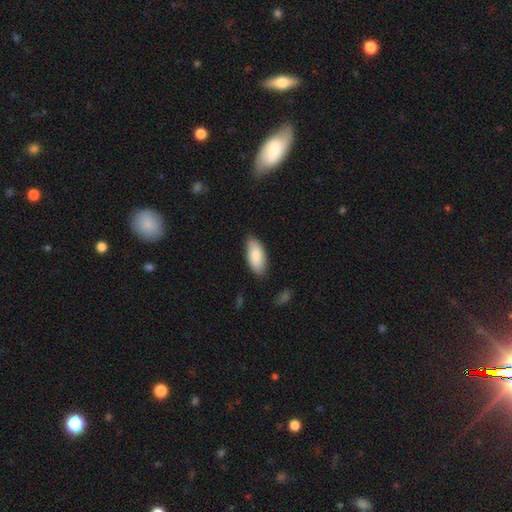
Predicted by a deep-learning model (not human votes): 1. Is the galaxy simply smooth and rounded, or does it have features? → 86% smooth, 9% featured or disk, 6% star or artifact.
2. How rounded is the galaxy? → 89% in between, 9% cigar-shaped, 2% round.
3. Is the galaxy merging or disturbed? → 83% none, 13% minor disturbance, 2% major disturbance, 1% merger.